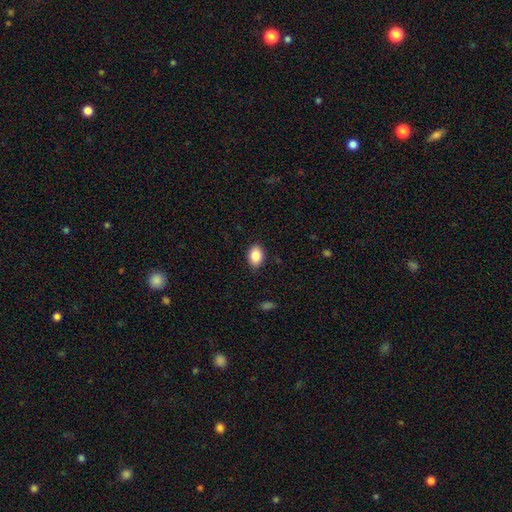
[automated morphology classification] Smooth or featured? Predicted: smooth (p=0.87). How rounded? Predicted: in between (p=0.83). Merging? Predicted: none (p=0.87).